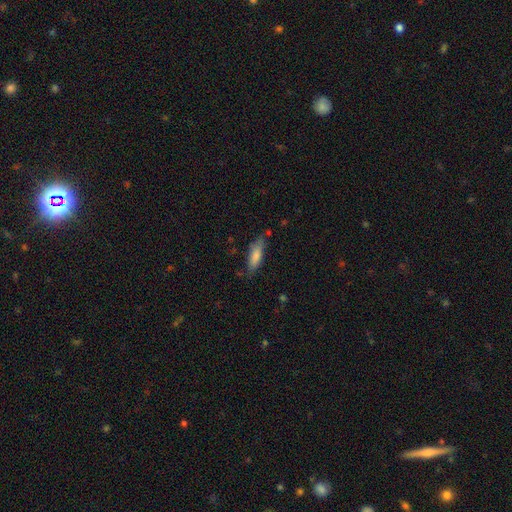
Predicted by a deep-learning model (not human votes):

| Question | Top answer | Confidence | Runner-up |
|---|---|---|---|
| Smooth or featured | smooth | 79% | featured or disk (14%) |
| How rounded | in between | 50% | cigar-shaped (49%) |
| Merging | none | 67% | minor disturbance (24%) |